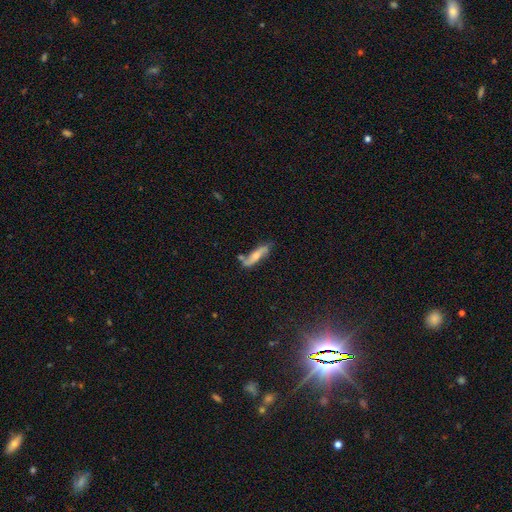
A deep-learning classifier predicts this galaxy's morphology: This is possibly a featured or disk galaxy (49%). Merging: likely none (61%).